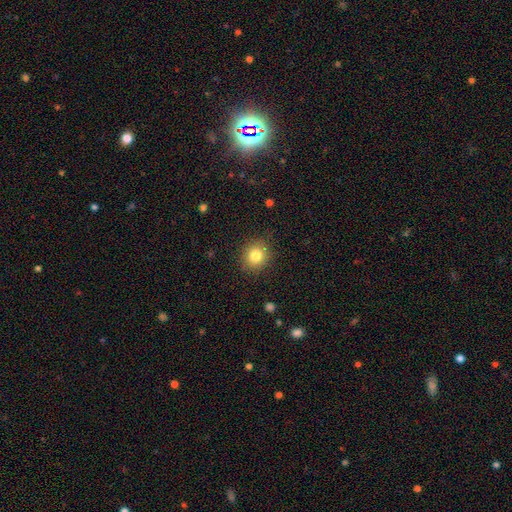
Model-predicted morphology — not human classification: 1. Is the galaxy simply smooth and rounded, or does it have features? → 82% smooth, 11% star or artifact, 8% featured or disk.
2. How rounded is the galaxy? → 84% round, 15% in between, 1% cigar-shaped.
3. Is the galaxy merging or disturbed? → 89% none, 8% minor disturbance, 2% major disturbance, 1% merger.